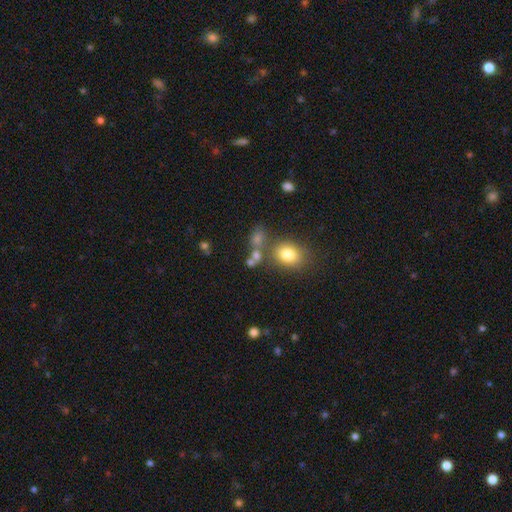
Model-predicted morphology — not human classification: The model was most divided on "how rounded" (2-way tie): round: 48%, in between: 48%, cigar-shaped: 4%. More confident: smooth or featured — smooth (69%); merging — none (53%).